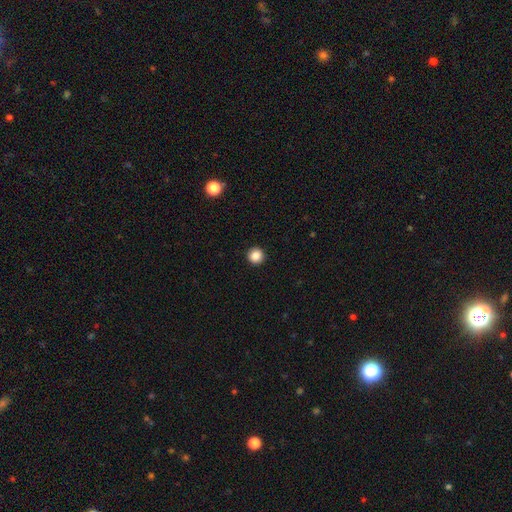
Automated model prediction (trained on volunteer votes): The model was most divided on "smooth or featured": smooth: 86%, star or artifact: 10%, featured or disk: 4%. More confident: how rounded — round (96%); merging — none (94%).